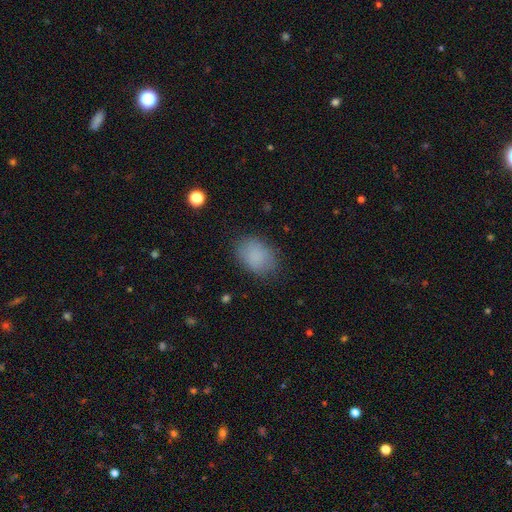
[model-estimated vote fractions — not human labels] Smooth or featured: smooth — 86% (star or artifact — 9%)
How rounded: in between — 74% (round — 25%)
Merging: none — 80% (minor disturbance — 14%)